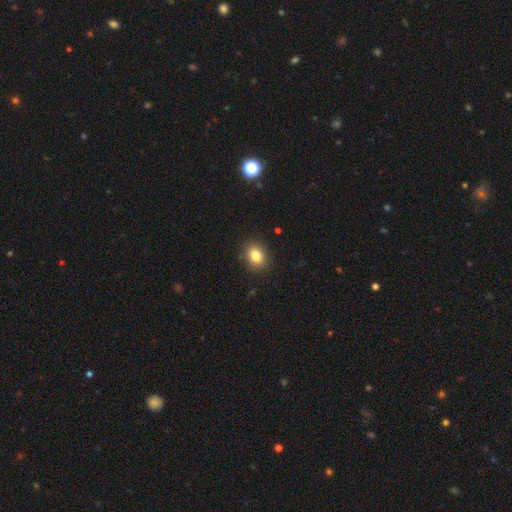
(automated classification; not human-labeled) smooth_or_featured: smooth (p=0.83) [alt: star or artifact p=0.10]
how_rounded: in between (p=0.54) [alt: round p=0.45]
merging: none (p=0.88) [alt: minor disturbance p=0.08]